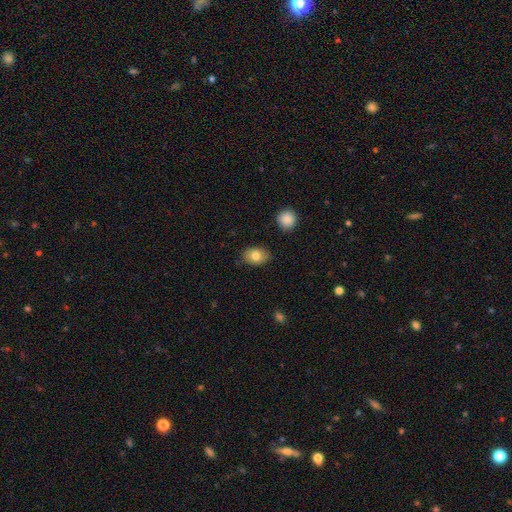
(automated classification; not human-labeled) Smooth or featured? smooth (80%)
How rounded? in between (75%)
Merging? none (84%)